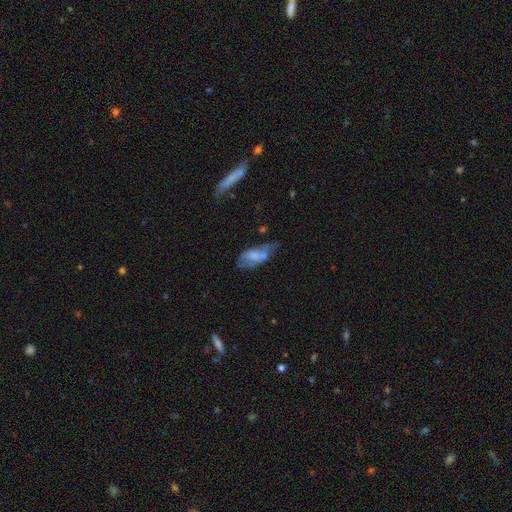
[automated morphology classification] type=smooth (56%); roundness=in between (84%); merging=none (38%).